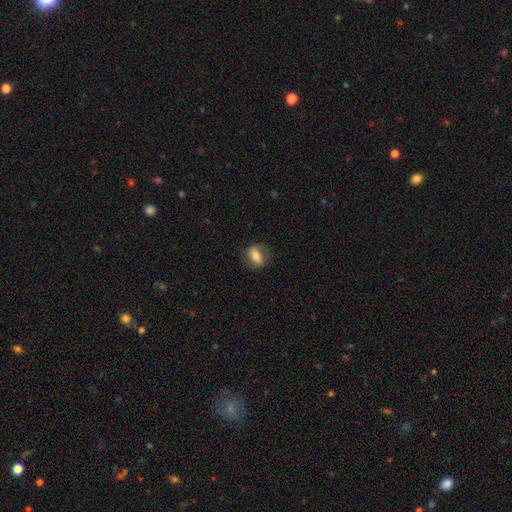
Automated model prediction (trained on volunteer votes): Smooth or featured: smooth — 63% (featured or disk — 28%)
How rounded: in between — 67% (round — 29%)
Merging: none — 76% (minor disturbance — 17%)